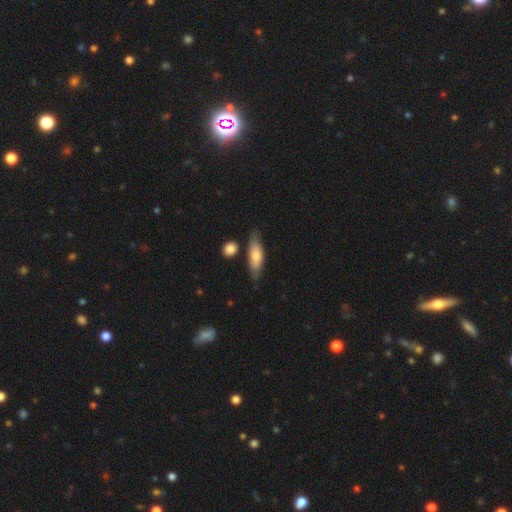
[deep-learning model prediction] Morphology: type=smooth (66%); roundness=in between (52%); merging=none (73%).